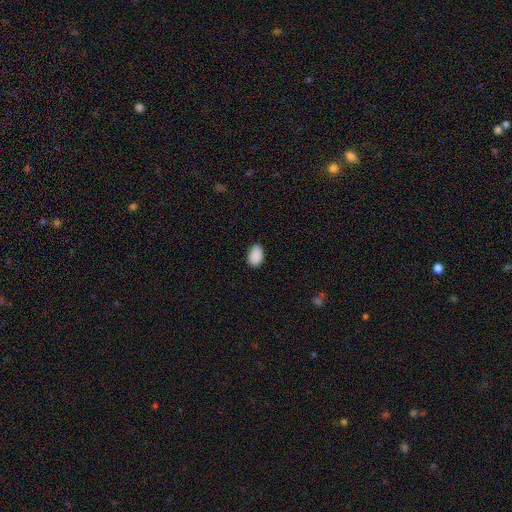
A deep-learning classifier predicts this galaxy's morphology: type=smooth (90%); roundness=in between (88%); merging=none (87%).